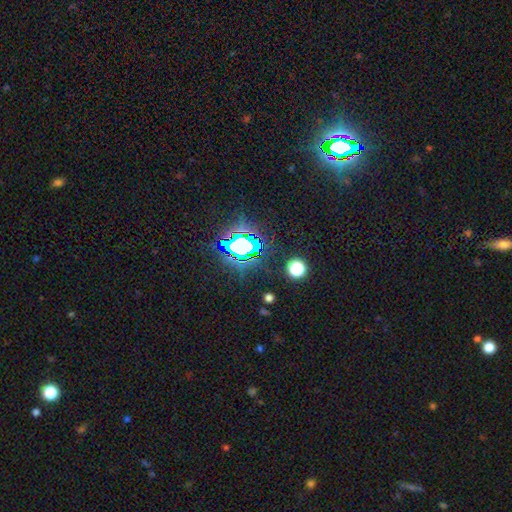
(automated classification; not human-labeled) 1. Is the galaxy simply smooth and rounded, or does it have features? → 81% star or artifact, 12% smooth, 7% featured or disk.